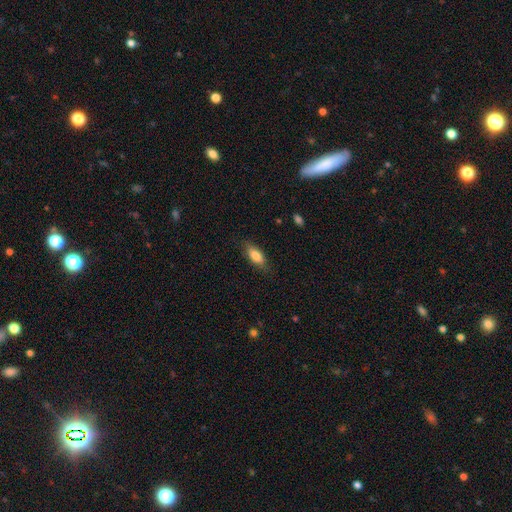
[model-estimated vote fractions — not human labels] Smooth or featured? smooth (81%)
How rounded? in between (75%)
Merging? none (81%)